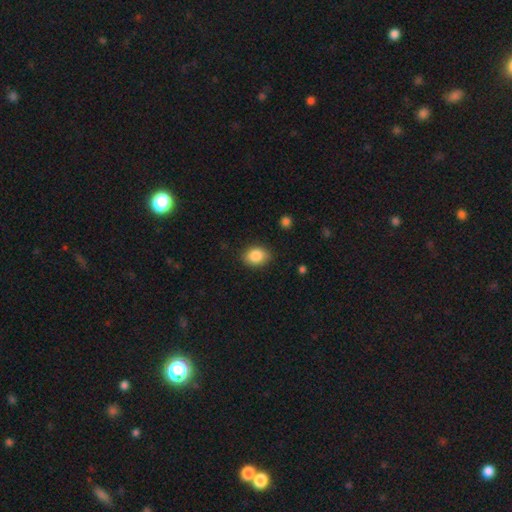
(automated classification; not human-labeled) Smooth or featured? smooth (86%)
How rounded? in between (62%)
Merging? none (85%)